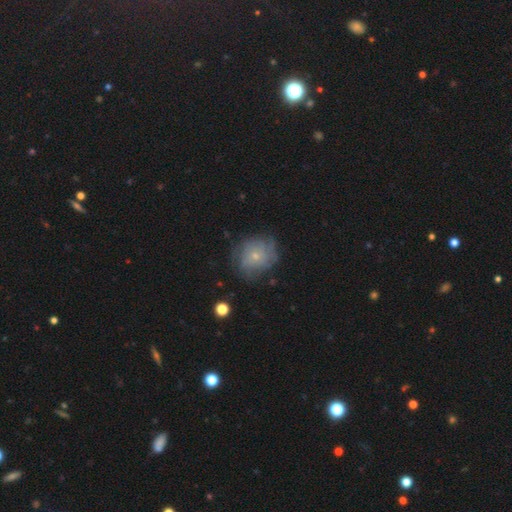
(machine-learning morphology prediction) This is possibly a featured or disk galaxy (51%). It is clearly not viewed edge-on (97%). Merging: likely none (65%).